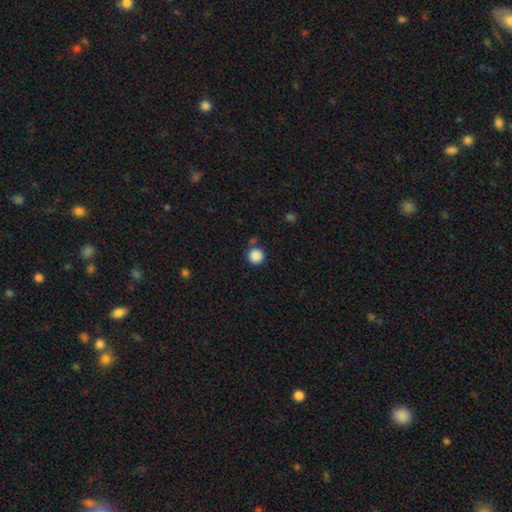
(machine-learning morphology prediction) The model was most divided on "merging": none: 81%, minor disturbance: 9%, merger: 7%, major disturbance: 3%. More confident: how rounded — round (95%); smooth or featured — smooth (87%).